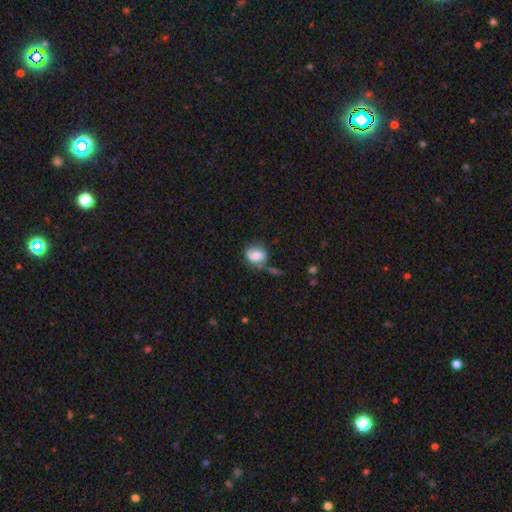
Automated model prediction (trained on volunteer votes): Smooth or featured? Predicted: smooth (p=0.66). How rounded? Predicted: in between (p=0.51). Merging? Predicted: none (p=0.44).